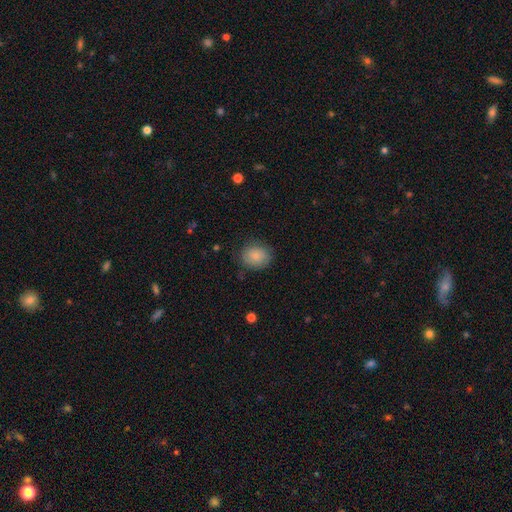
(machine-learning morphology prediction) A smooth galaxy with no disk features (86%) that is round (64%). Merging: none (79%).